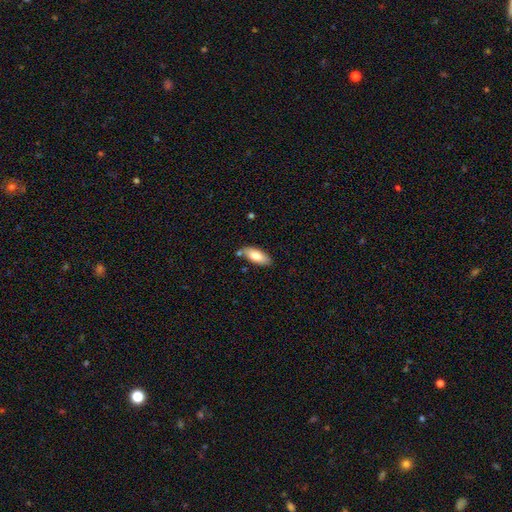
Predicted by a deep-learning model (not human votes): Q: Smooth or featured?
A: smooth (80%); runner-up: featured or disk (14%)
Q: How rounded?
A: in between (83%); runner-up: cigar-shaped (15%)
Q: Merging?
A: none (75%); runner-up: minor disturbance (16%)